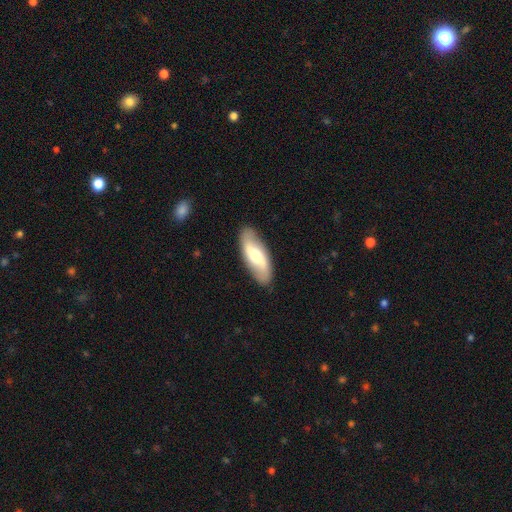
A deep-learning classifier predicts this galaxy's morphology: Overall: featured or disk (57%; smooth 37%). Edge-on disk: no (83%). Merging: none (86%).